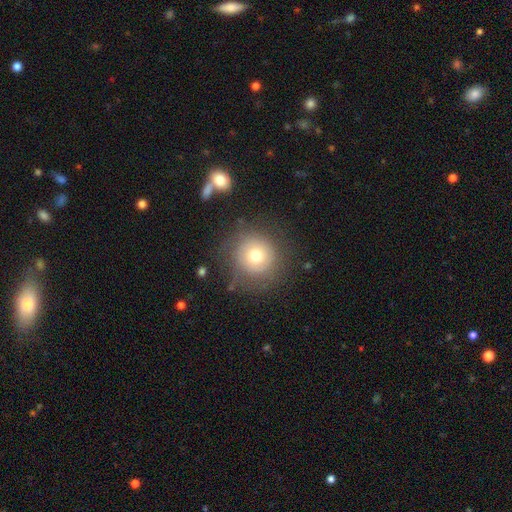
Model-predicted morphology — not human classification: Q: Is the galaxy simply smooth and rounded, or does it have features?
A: smooth — 67%.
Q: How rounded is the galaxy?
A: round — 94%.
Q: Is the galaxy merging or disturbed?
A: none — 75%.